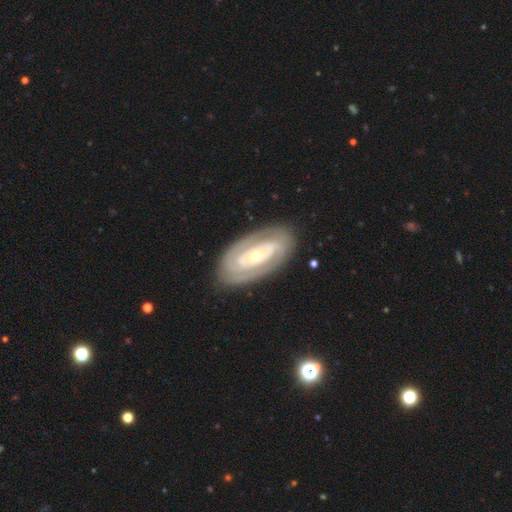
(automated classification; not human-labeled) Smooth or featured?
  - featured or disk: 80% *
  - smooth: 15%
  - star or artifact: 5%
Edge-on disk?
  - no: 93% *
  - yes: 7%
Bar?
  - no: 60% *
  - weak: 21%
  - strong: 18%
Spiral arms?
  - yes: 74% *
  - no: 26%
Spiral winding?
  - tight: 70% *
  - medium: 22%
  - loose: 7%
Spiral arm count?
  - 2: 53% *
  - can't tell: 30%
  - 3: 7%
  - 1: 5%
  - 4: 3%
  - more than 4: 3%
Bulge size?
  - small: 59% *
  - moderate: 36%
  - large: 3%
  - dominant: 1%
  - none: 1%
Merging?
  - none: 82% *
  - minor disturbance: 12%
  - major disturbance: 4%
  - merger: 1%